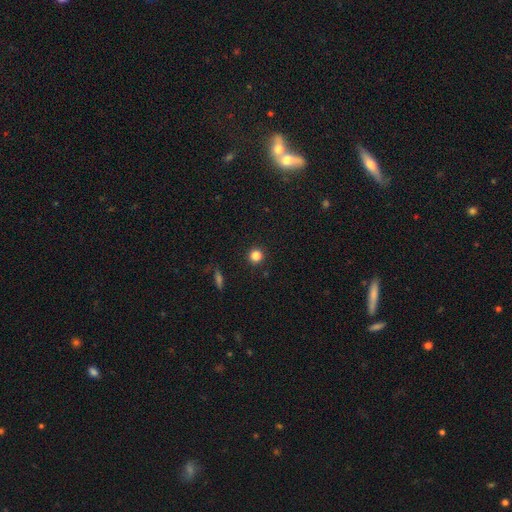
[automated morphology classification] This appears to be a smooth galaxy with no disk features (83%) that is round (95%). Merging: none (92%).